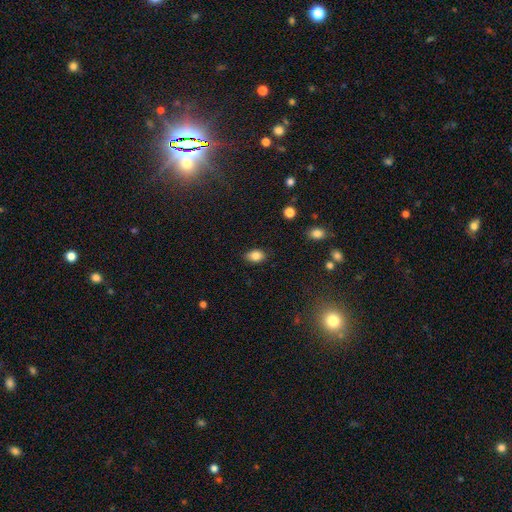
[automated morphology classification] Smooth or featured? smooth (84%)
How rounded? in between (84%)
Merging? none (85%)